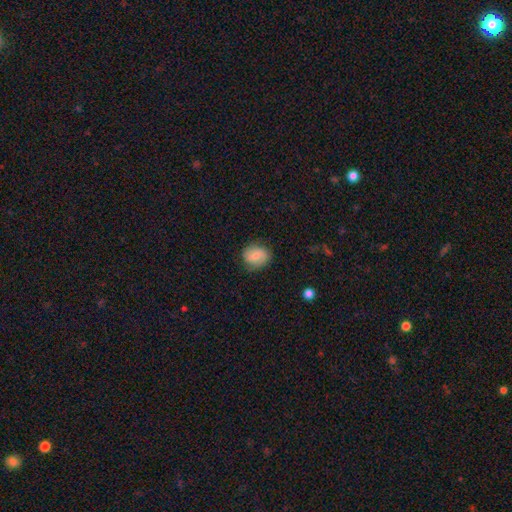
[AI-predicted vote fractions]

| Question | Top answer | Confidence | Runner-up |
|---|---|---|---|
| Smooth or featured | smooth | 67% | featured or disk (26%) |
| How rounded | round | 63% | in between (36%) |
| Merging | none | 75% | minor disturbance (19%) |